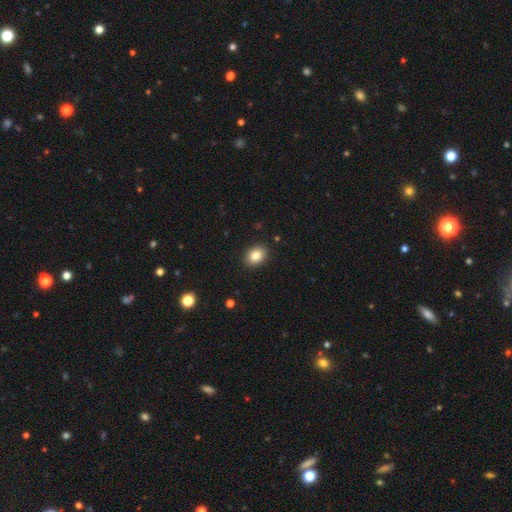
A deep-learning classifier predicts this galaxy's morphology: smooth_or_featured: smooth (p=0.83) [alt: star or artifact p=0.09]
how_rounded: in between (p=0.65) [alt: round p=0.34]
merging: none (p=0.90) [alt: minor disturbance p=0.07]